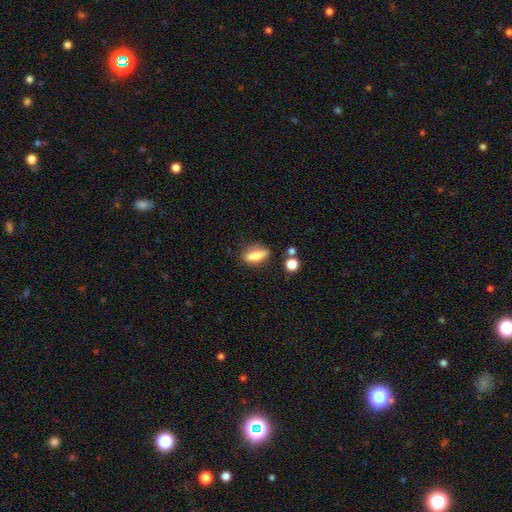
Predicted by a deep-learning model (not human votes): Smooth or featured?
  - smooth: 70% *
  - featured or disk: 21%
  - star or artifact: 8%
How rounded?
  - in between: 63% *
  - cigar-shaped: 32%
  - round: 5%
Merging?
  - none: 69% *
  - minor disturbance: 20%
  - major disturbance: 6%
  - merger: 6%